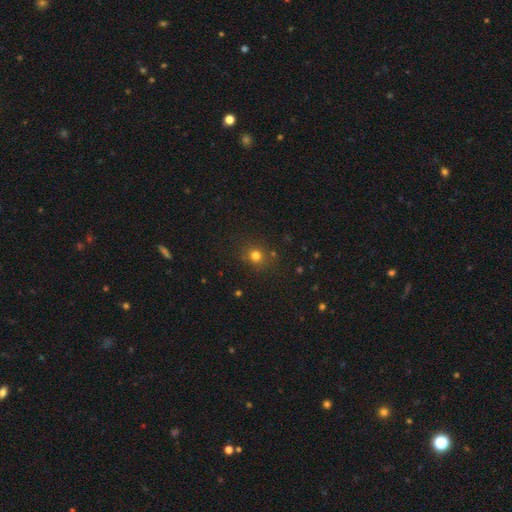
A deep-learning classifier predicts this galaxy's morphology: Smooth or featured? smooth (76%)
How rounded? round (83%)
Merging? none (83%)